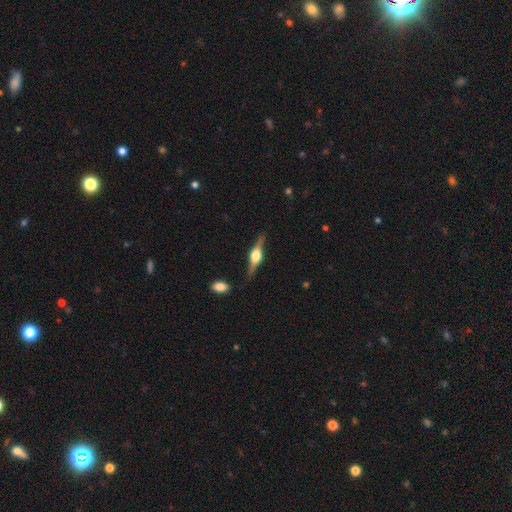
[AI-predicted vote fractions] Smooth or featured: featured or disk — 79% (smooth — 15%)
Edge-on disk: yes — 97% (no — 3%)
Edge-on bulge: rounded — 92% (boxy — 6%)
Merging: none — 85% (minor disturbance — 10%)